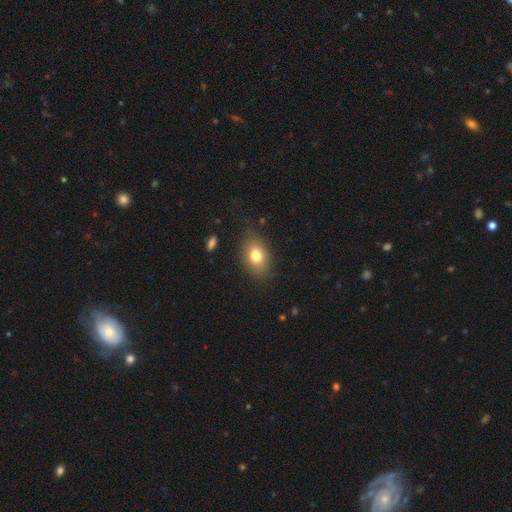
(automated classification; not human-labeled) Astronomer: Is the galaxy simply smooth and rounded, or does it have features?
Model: smooth — 77%.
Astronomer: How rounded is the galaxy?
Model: in between — 74%.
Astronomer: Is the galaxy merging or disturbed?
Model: none — 77%.